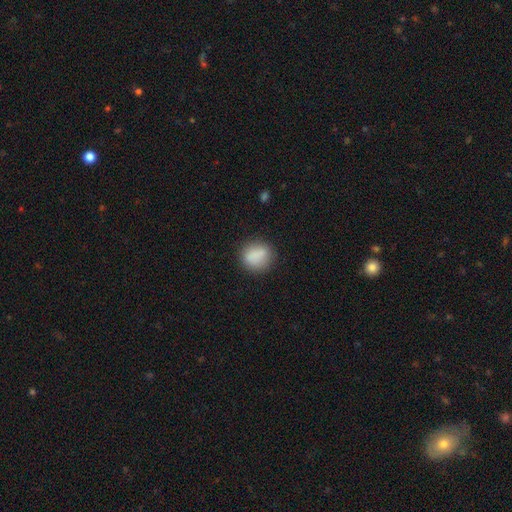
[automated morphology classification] smooth-or-featured: smooth: 84% | star or artifact: 8% | featured or disk: 8%
  how-rounded: round: 69% | in between: 29% | cigar-shaped: 2%
  merging: none: 79% | minor disturbance: 14% | major disturbance: 4% | merger: 2%